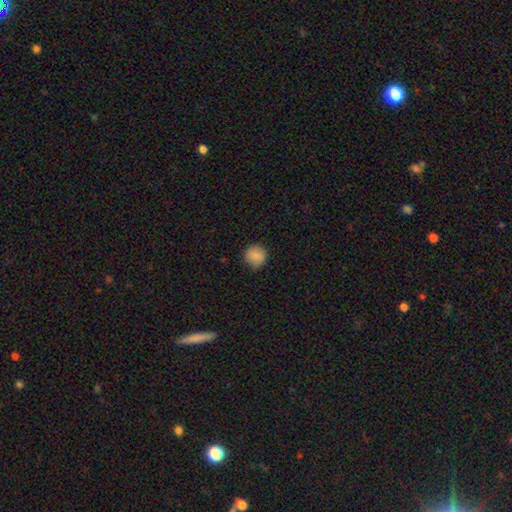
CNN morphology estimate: A smooth galaxy with no disk features (86%) that is round (92%). Merging: none (81%).